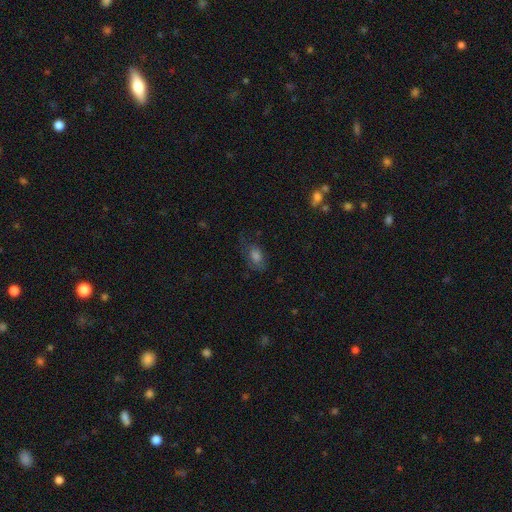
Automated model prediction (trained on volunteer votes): smooth_or_featured: smooth (p=0.57) [alt: star or artifact p=0.22]
how_rounded: in between (p=0.79) [alt: round p=0.17]
merging: none (p=0.60) [alt: minor disturbance p=0.23]